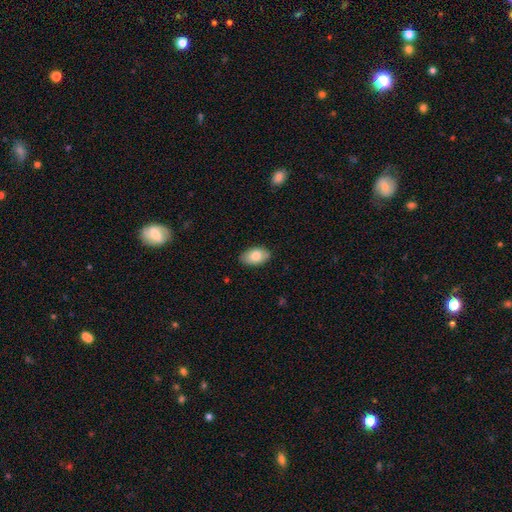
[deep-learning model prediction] The model was most divided on "smooth or featured": smooth: 82%, featured or disk: 12%, star or artifact: 6%. More confident: how rounded — in between (93%); merging — none (86%).